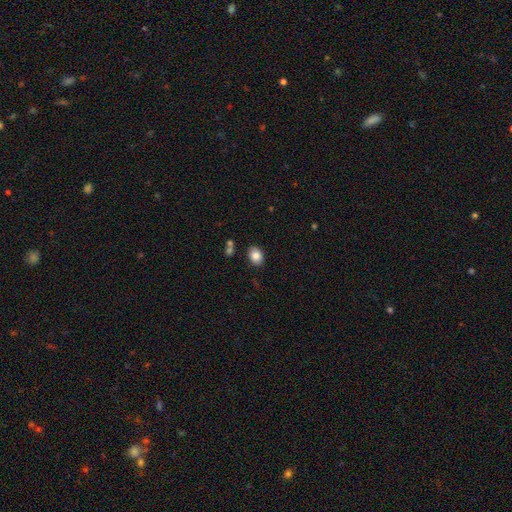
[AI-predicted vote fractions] Smooth or featured? smooth (83%)
How rounded? in between (72%)
Merging? none (84%)